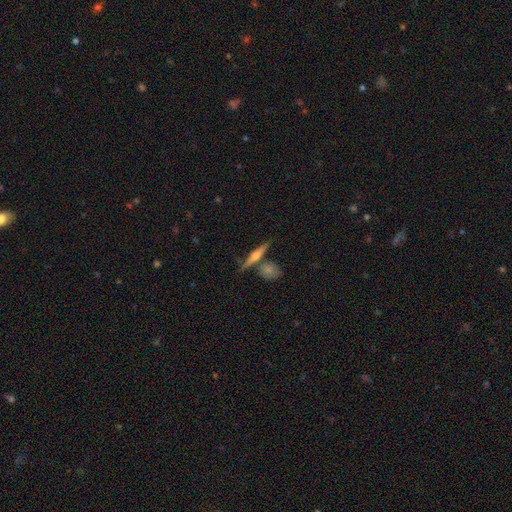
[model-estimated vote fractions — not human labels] smooth_or_featured: featured or disk (p=0.63) [alt: smooth p=0.31]
disk_edge_on: yes (p=0.96) [alt: no p=0.04]
edge_on_bulge: rounded (p=0.85) [alt: boxy p=0.08]
merging: none (p=0.73) [alt: merger p=0.13]